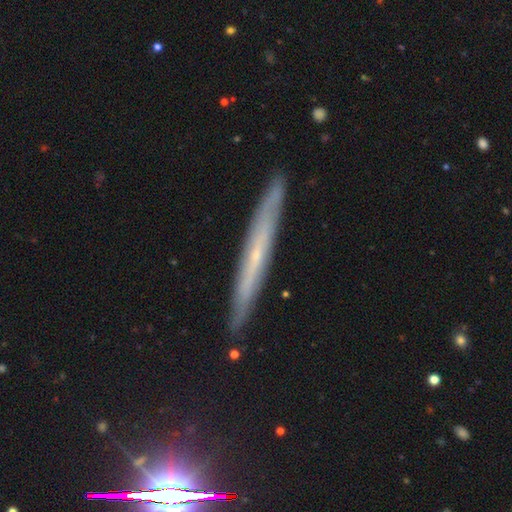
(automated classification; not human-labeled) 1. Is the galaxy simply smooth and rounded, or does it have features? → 64% featured or disk, 29% smooth, 7% star or artifact.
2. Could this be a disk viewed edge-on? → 90% yes, 10% no.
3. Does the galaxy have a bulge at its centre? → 62% none, 35% rounded, 3% boxy.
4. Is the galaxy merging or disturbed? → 89% none, 9% minor disturbance, 2% major disturbance, 1% merger.